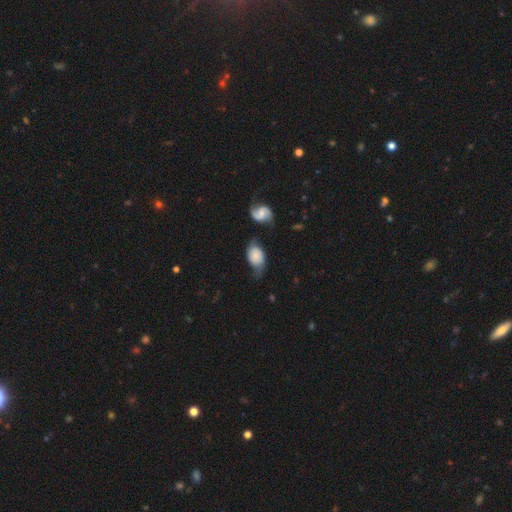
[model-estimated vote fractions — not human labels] Morphology: type=smooth (57%); roundness=in between (78%); merging=none (38%).